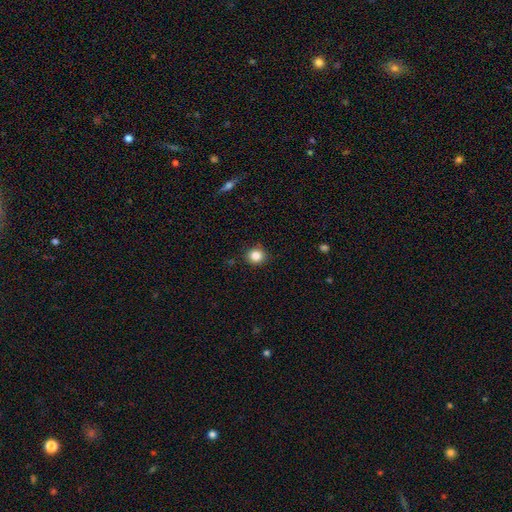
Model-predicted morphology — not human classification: Smooth or featured? Predicted: smooth (p=0.84). How rounded? Predicted: round (p=0.86). Merging? Predicted: none (p=0.89).